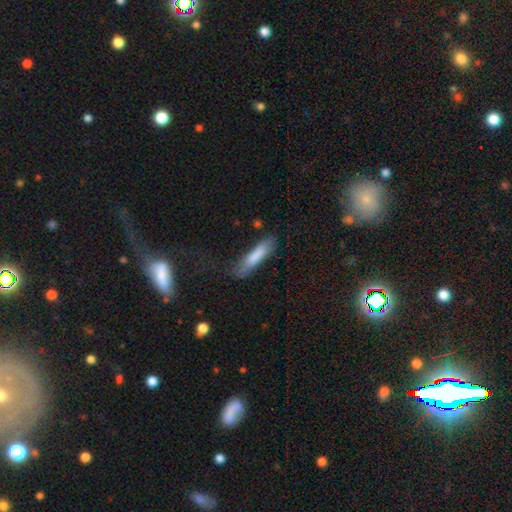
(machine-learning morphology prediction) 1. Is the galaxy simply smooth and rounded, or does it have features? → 76% smooth, 17% featured or disk, 7% star or artifact.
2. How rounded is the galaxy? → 80% cigar-shaped, 19% in between, 1% round.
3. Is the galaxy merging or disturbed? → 61% none, 26% minor disturbance, 10% major disturbance, 3% merger.